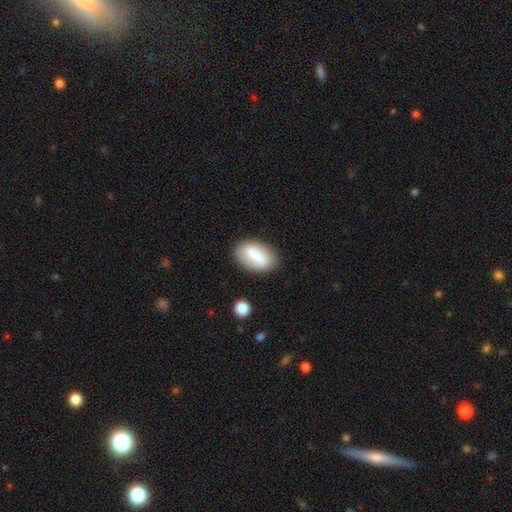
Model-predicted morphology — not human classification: type=smooth (78%); roundness=in between (90%); merging=none (77%).